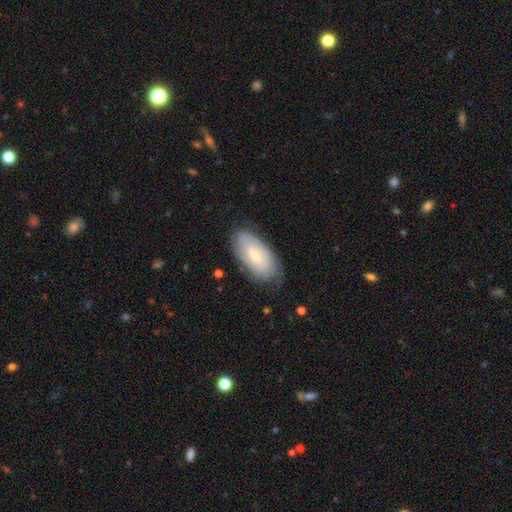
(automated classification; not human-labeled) Smooth or featured? smooth (48%)
Merging? none (74%)